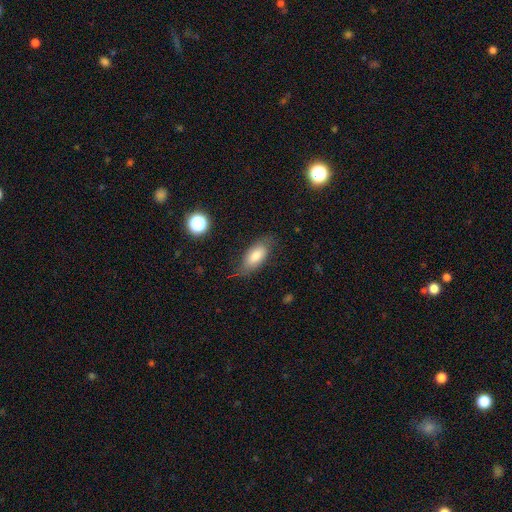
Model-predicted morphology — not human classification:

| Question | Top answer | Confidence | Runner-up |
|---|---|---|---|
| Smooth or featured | smooth | 75% | featured or disk (17%) |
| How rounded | in between | 85% | cigar-shaped (12%) |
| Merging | none | 70% | minor disturbance (21%) |